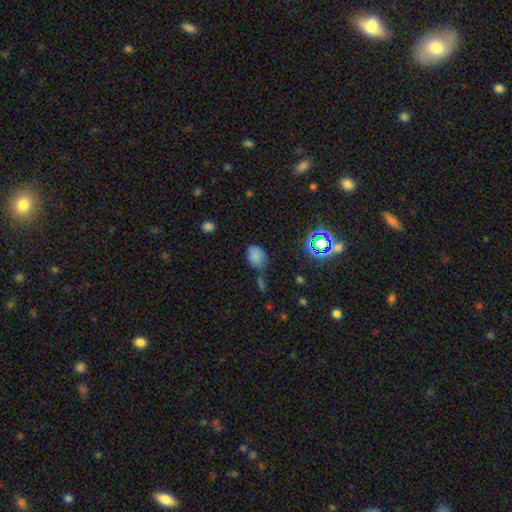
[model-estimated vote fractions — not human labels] smooth-or-featured: smooth: 74% | star or artifact: 18% | featured or disk: 8%
  how-rounded: in between: 68% | round: 30% | cigar-shaped: 1%
  merging: none: 48% | minor disturbance: 27% | merger: 16% | major disturbance: 9%